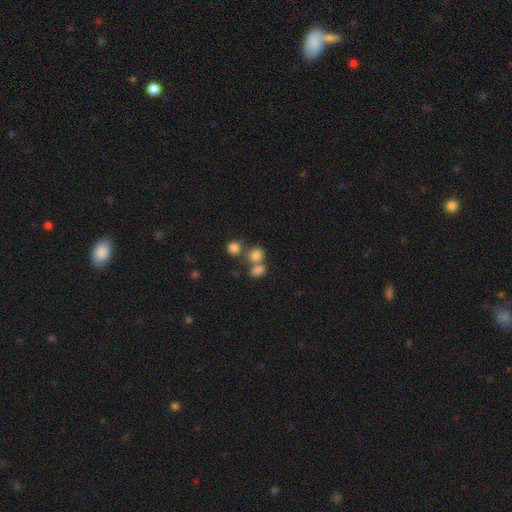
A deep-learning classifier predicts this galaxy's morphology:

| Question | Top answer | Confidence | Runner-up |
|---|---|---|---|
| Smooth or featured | smooth | 78% | star or artifact (14%) |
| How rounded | round | 70% | in between (28%) |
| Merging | none | 45% | merger (42%) |